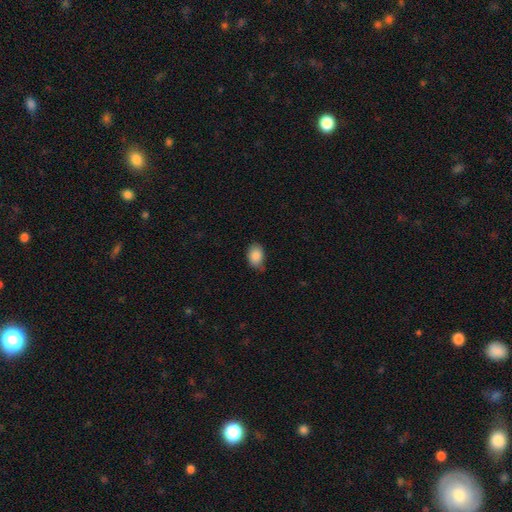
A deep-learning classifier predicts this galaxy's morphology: Smooth or featured: smooth — 87% (star or artifact — 7%)
How rounded: in between — 80% (round — 19%)
Merging: none — 68% (minor disturbance — 27%)